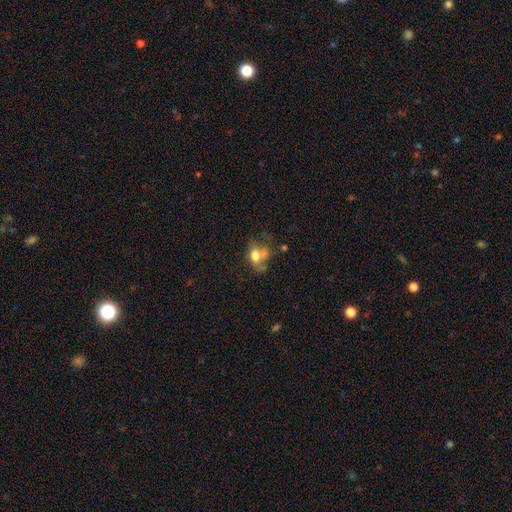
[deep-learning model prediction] smooth_or_featured: smooth (p=0.64) [alt: featured or disk p=0.24]
how_rounded: in between (p=0.65) [alt: round p=0.33]
merging: none (p=0.30) [alt: major disturbance p=0.26]